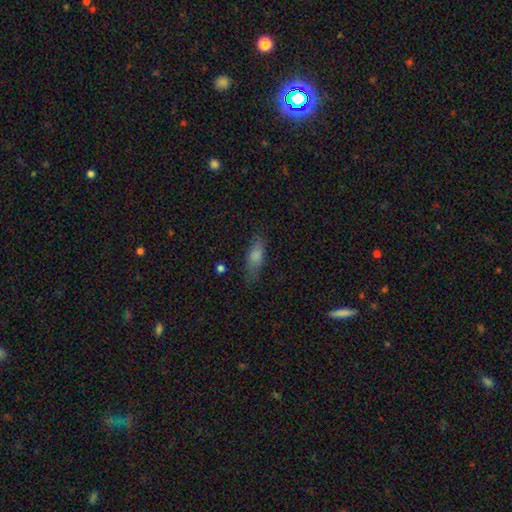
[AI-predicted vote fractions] Smooth or featured? smooth (77%)
How rounded? in between (68%)
Merging? none (71%)